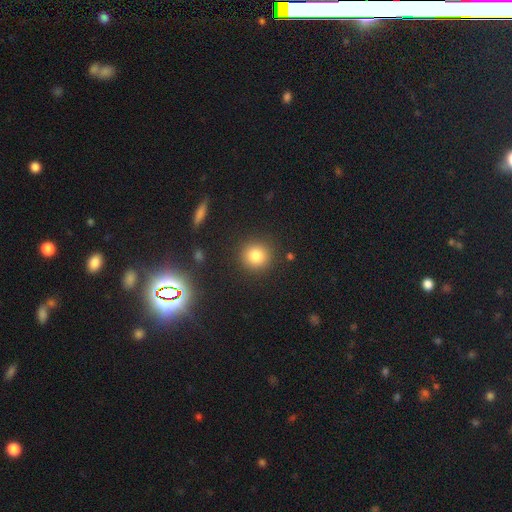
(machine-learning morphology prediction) This appears to be a smooth galaxy with no disk features (81%) that is round (91%). Merging: none (89%).